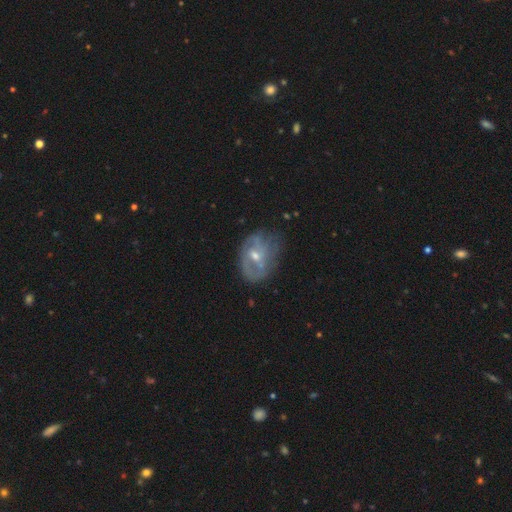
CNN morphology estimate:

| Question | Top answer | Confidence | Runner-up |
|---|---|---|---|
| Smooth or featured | featured or disk | 68% | smooth (22%) |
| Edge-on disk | no | 96% | yes (4%) |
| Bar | no | 44% | weak (43%) |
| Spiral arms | yes | 61% | no (39%) |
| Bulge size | moderate | 48% | small (47%) |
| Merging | none | 50% | minor disturbance (30%) |